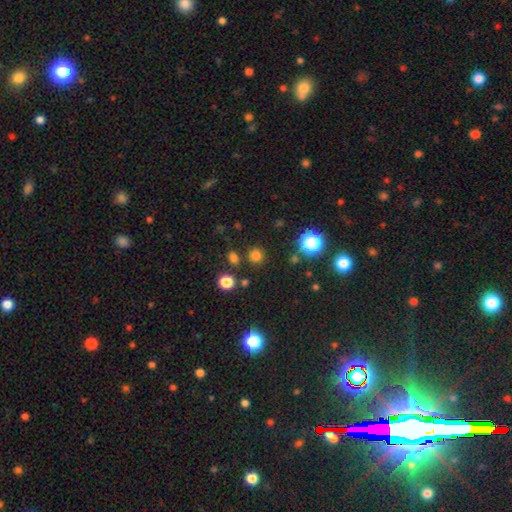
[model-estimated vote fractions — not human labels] This appears to be a smooth galaxy with no disk features (75%) that is round (91%). Merging: none (85%).